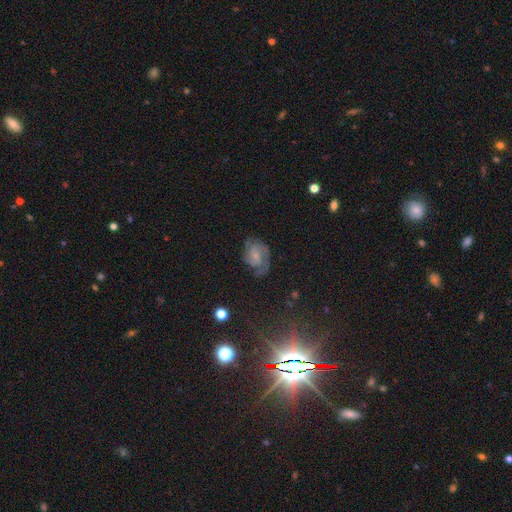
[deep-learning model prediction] Q: Smooth or featured?
A: featured or disk (68%); runner-up: smooth (22%)
Q: Edge-on disk?
A: no (97%); runner-up: yes (3%)
Q: Bar?
A: no (50%); runner-up: weak (42%)
Q: Spiral arms?
A: yes (91%); runner-up: no (9%)
Q: Spiral winding?
A: medium (45%); runner-up: tight (42%)
Q: Spiral arm count?
A: 2 (52%); runner-up: can't tell (22%)
Q: Bulge size?
A: small (45%); runner-up: none (26%)
Q: Merging?
A: none (61%); runner-up: minor disturbance (23%)